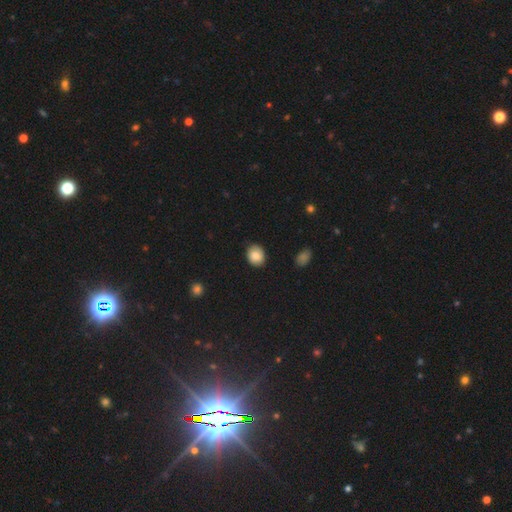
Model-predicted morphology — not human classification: This appears to be a smooth galaxy with no disk features (86%) that is round (55%). Merging: none (85%).